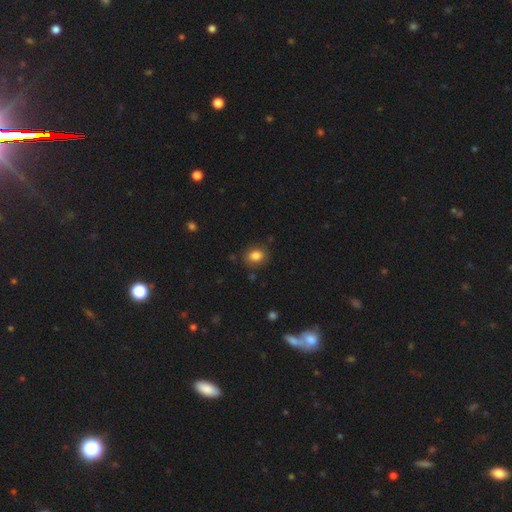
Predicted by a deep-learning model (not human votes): This is clearly a smooth galaxy (84%). How rounded: possibly round (50%). Merging: clearly none (85%).